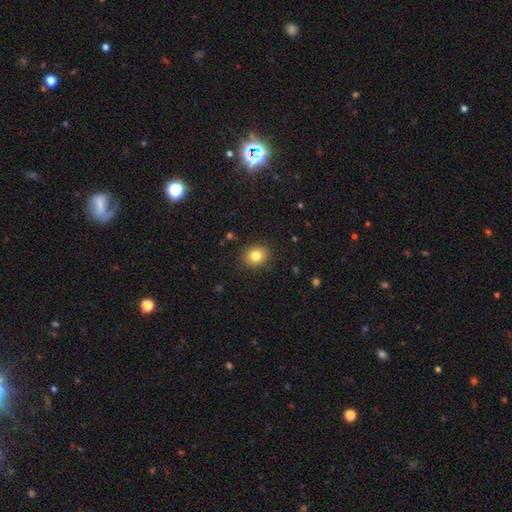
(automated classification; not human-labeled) Smooth or featured: smooth — 81% (star or artifact — 11%)
How rounded: round — 70% (in between — 30%)
Merging: none — 88% (minor disturbance — 8%)